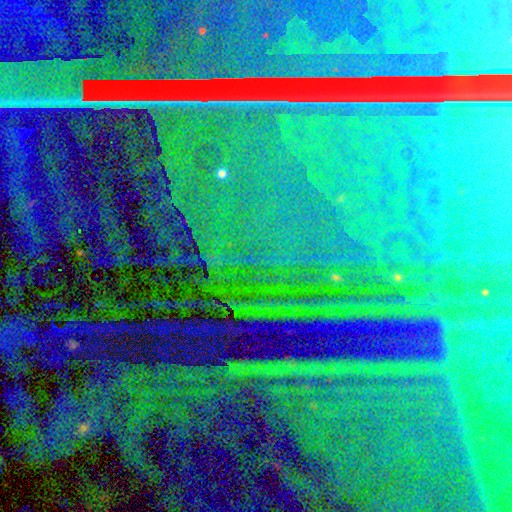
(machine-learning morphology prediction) Smooth or featured? Predicted: star or artifact (p=0.89).